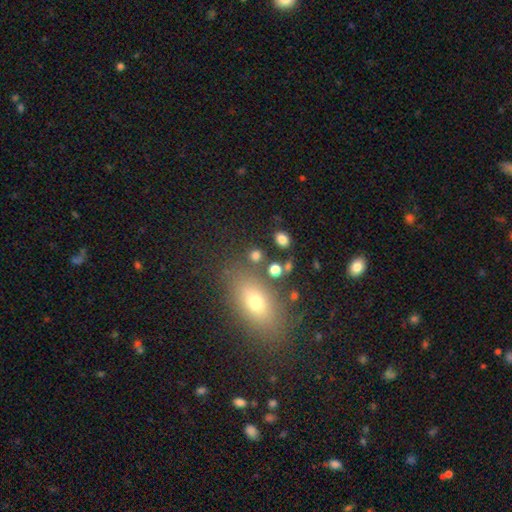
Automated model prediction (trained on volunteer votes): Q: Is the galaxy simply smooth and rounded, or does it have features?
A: smooth — 77%.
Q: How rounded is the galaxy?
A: round — 55%.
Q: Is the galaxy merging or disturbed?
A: none — 75%.